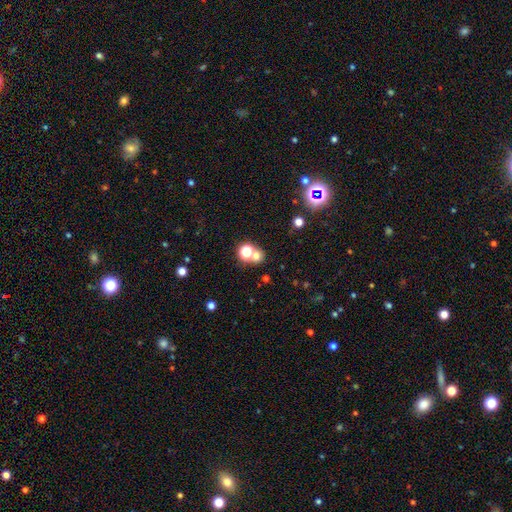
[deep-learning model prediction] Smooth or featured? smooth (58%)
How rounded? round (79%)
Merging? none (56%)